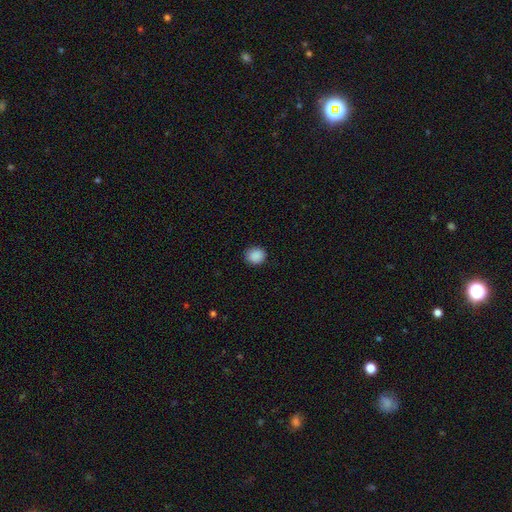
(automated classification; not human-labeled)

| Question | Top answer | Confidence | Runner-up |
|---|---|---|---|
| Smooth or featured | smooth | 89% | star or artifact (9%) |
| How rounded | round | 81% | in between (18%) |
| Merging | none | 90% | minor disturbance (7%) |